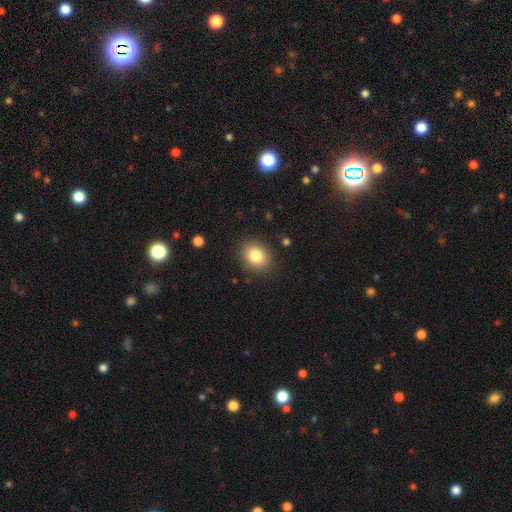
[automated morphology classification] Overall: smooth (82%). How rounded: round (57%; in between 42%). Merging: none (87%).